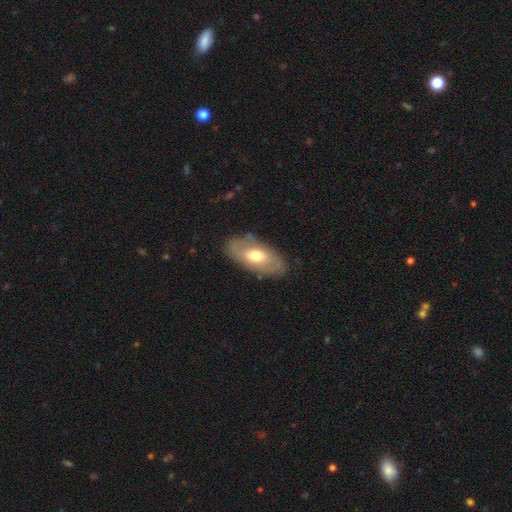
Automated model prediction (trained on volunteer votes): Morphology: type=smooth (56%); roundness=in between (91%); merging=none (80%).